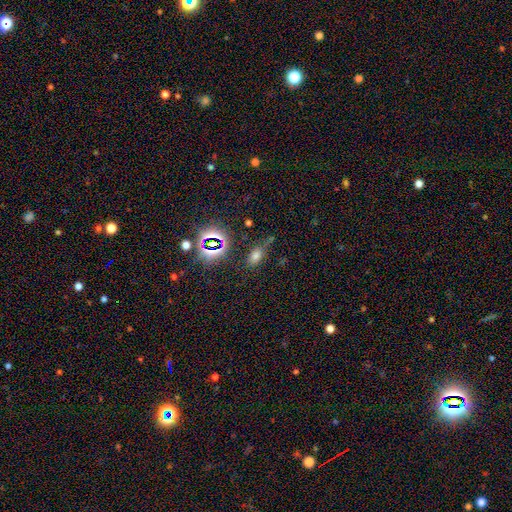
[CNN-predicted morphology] smooth 60%, star or artifact 30%, featured or disk 10%. Down the decision tree: how rounded — in between (80%); merging — none (68%).